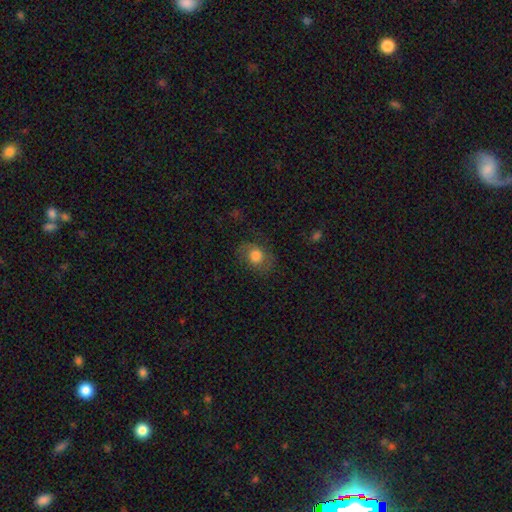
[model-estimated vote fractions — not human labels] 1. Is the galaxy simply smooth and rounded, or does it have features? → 65% smooth, 24% featured or disk, 10% star or artifact.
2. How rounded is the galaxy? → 52% round, 46% in between, 1% cigar-shaped.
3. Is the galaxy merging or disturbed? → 68% none, 19% minor disturbance, 12% major disturbance, 1% merger.